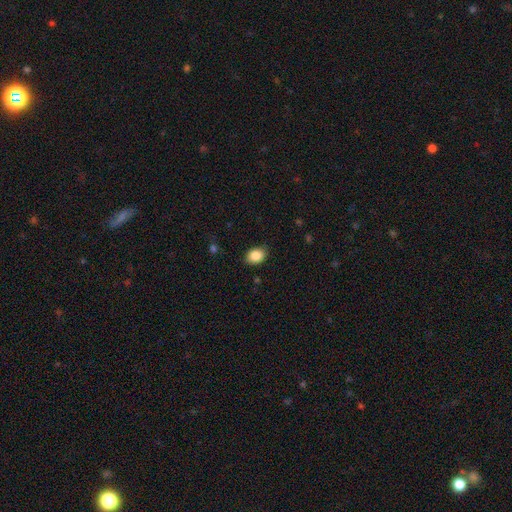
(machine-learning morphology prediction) smooth 87%, star or artifact 8%, featured or disk 5%. Down the decision tree: how rounded — in between (64%); merging — none (83%).